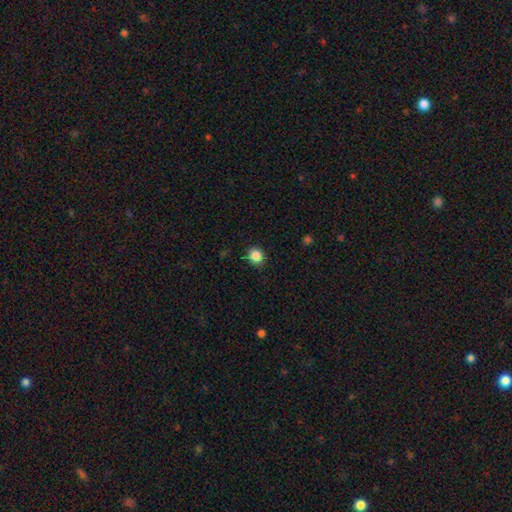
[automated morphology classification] A smooth galaxy with no disk features (86%) that is round (84%). Merging: none (90%).